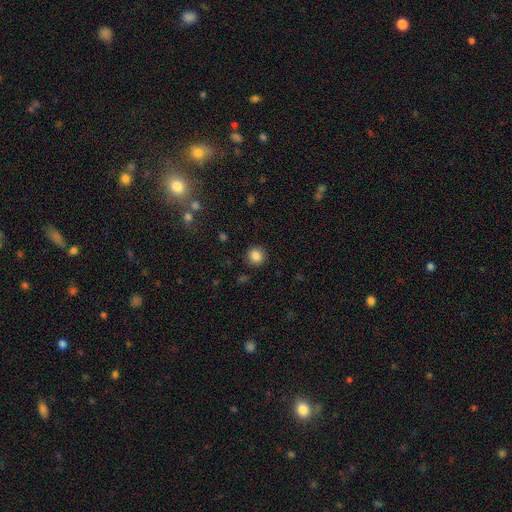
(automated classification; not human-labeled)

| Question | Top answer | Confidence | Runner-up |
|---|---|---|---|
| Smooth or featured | smooth | 85% | star or artifact (11%) |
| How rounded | round | 91% | in between (8%) |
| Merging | none | 91% | minor disturbance (6%) |